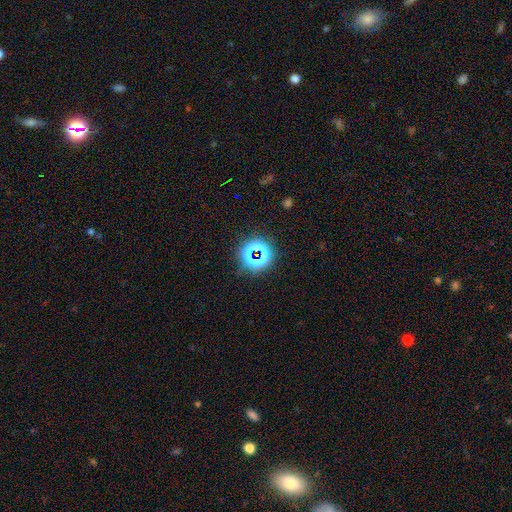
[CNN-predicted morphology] A star or artifact, not a galaxy (66%).